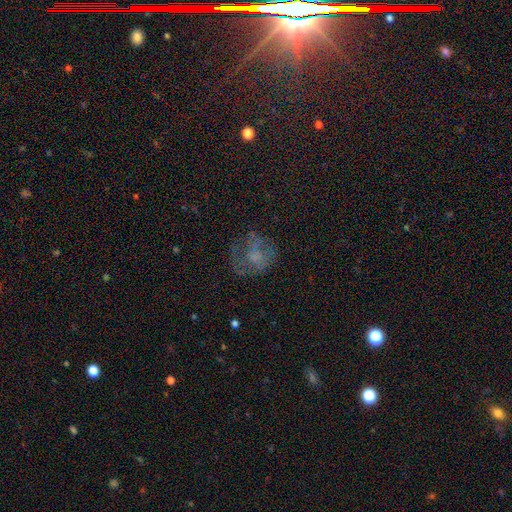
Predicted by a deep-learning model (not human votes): Morphology: type=smooth (44%); merging=none (53%).